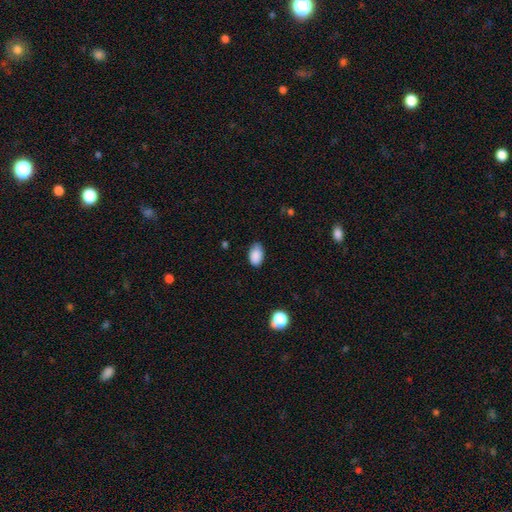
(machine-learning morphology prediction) This is clearly a smooth galaxy (88%). How rounded: clearly in between (91%). Merging: likely none (75%).